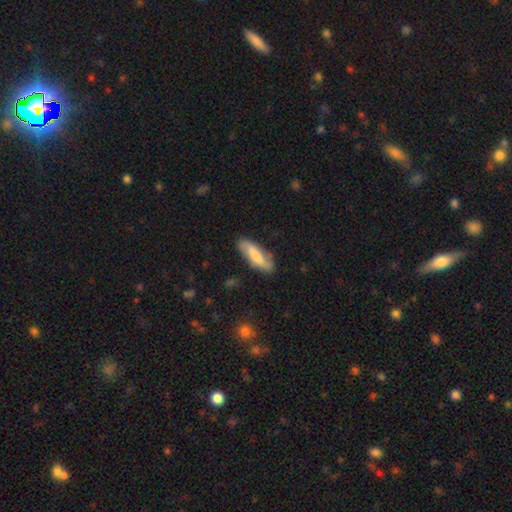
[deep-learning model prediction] smooth_or_featured: smooth (p=0.64) [alt: featured or disk p=0.30]
how_rounded: cigar-shaped (p=0.50) [alt: in between p=0.48]
merging: none (p=0.77) [alt: minor disturbance p=0.17]